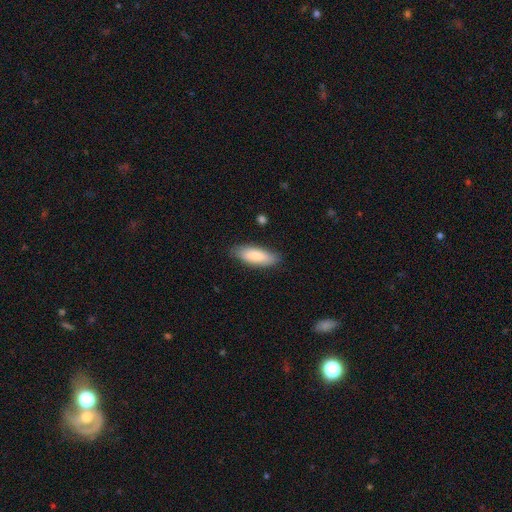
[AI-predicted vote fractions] A smooth galaxy with no disk features (84%) that is in between round and cigar-shaped (64%).

Vote fractions:
- Smooth or featured? smooth: 84% / featured or disk: 11% / star or artifact: 5%
- How rounded? in between: 64% / cigar-shaped: 34% / round: 2%
- Merging? none: 84% / minor disturbance: 12% / major disturbance: 2% / merger: 1%